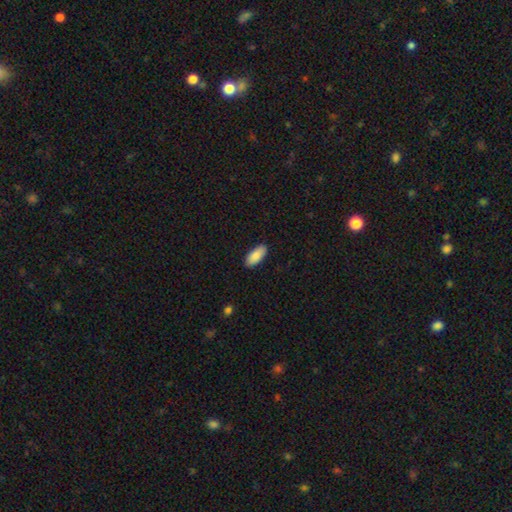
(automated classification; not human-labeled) A smooth galaxy with no disk features (87%) that is in between round and cigar-shaped (88%). Merging: none (89%).